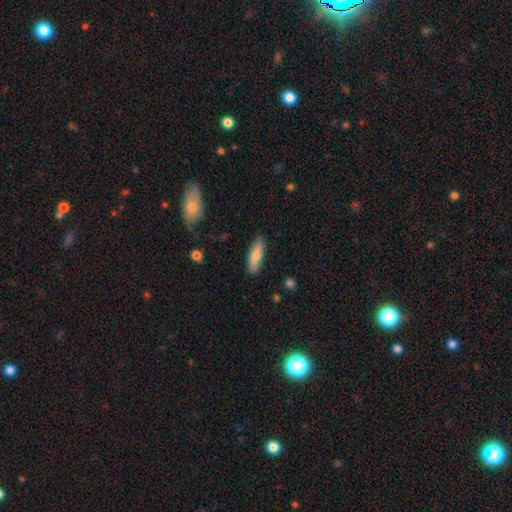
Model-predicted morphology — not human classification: Smooth or featured?
  - smooth: 78% *
  - featured or disk: 17%
  - star or artifact: 6%
How rounded?
  - cigar-shaped: 57% *
  - in between: 42%
  - round: 2%
Merging?
  - none: 87% *
  - minor disturbance: 10%
  - major disturbance: 2%
  - merger: 1%